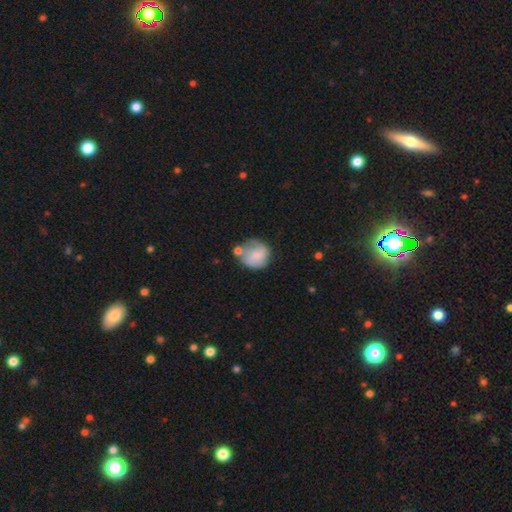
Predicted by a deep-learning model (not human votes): Smooth or featured? smooth (59%)
How rounded? round (82%)
Merging? none (48%)